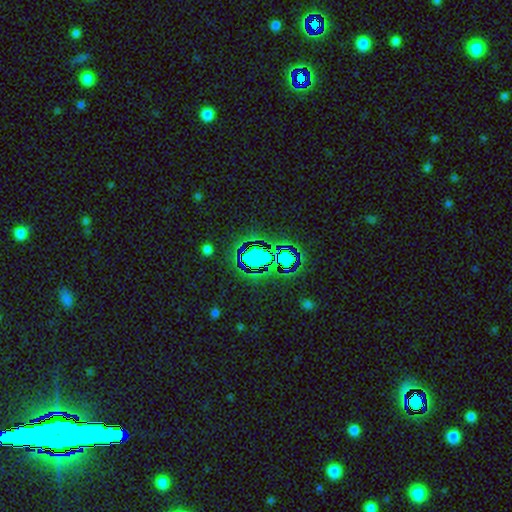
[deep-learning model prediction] smooth_or_featured: star or artifact (p=0.65) [alt: smooth p=0.22]